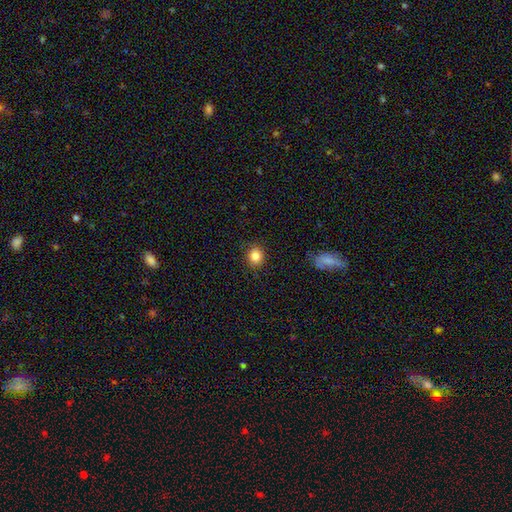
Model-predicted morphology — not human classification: Smooth or featured?
  - smooth: 84% *
  - star or artifact: 10%
  - featured or disk: 6%
How rounded?
  - round: 77% *
  - in between: 23%
  - cigar-shaped: 1%
Merging?
  - none: 87% *
  - minor disturbance: 9%
  - major disturbance: 2%
  - merger: 1%